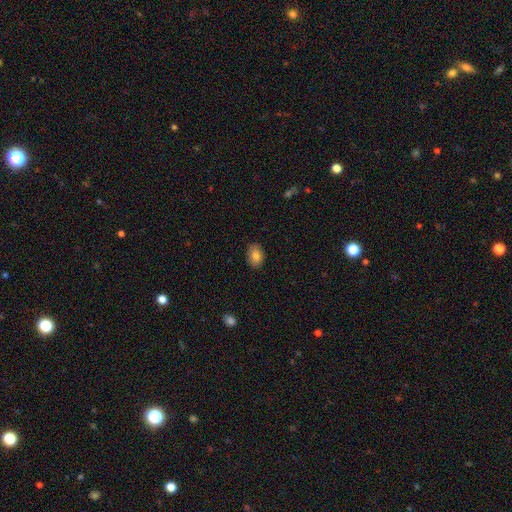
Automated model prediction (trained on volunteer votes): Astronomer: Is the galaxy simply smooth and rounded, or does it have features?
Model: smooth — 82%.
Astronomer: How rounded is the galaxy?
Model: in between — 73%.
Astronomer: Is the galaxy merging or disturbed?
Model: none — 88%.